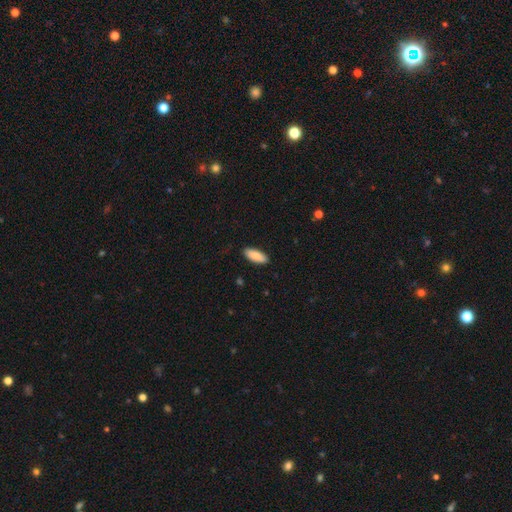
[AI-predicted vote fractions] Q: Smooth or featured?
A: smooth (87%); runner-up: featured or disk (7%)
Q: How rounded?
A: in between (79%); runner-up: cigar-shaped (19%)
Q: Merging?
A: none (89%); runner-up: minor disturbance (9%)